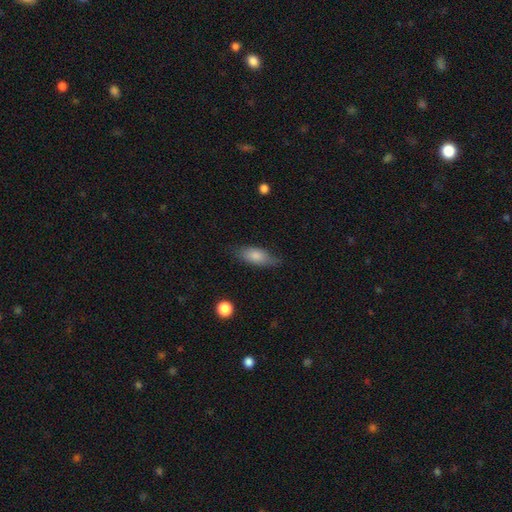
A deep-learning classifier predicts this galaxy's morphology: smooth 80%, featured or disk 14%, star or artifact 7%. Down the decision tree: how rounded — in between (80%); merging — none (72%).